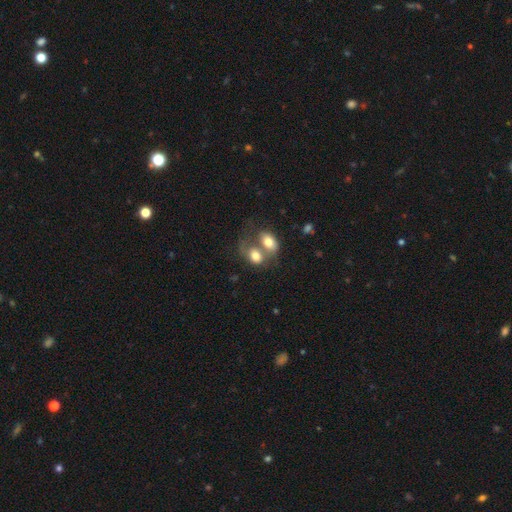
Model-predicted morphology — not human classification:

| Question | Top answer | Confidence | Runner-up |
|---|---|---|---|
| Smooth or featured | smooth | 74% | featured or disk (18%) |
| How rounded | in between | 74% | round (25%) |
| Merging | merger | 70% | none (16%) |